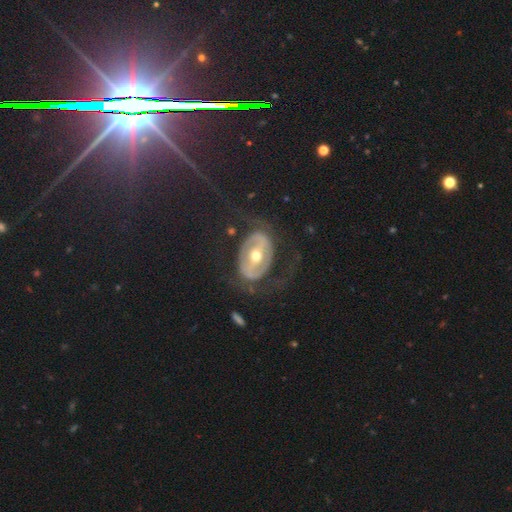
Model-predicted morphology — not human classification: The model was most divided on "bar": strong: 42%, weak: 33%, no: 25%. More confident: edge-on disk — no (95%); smooth or featured — featured or disk (77%); bulge size — moderate (72%); merging — none (64%); spiral arms — yes (61%).